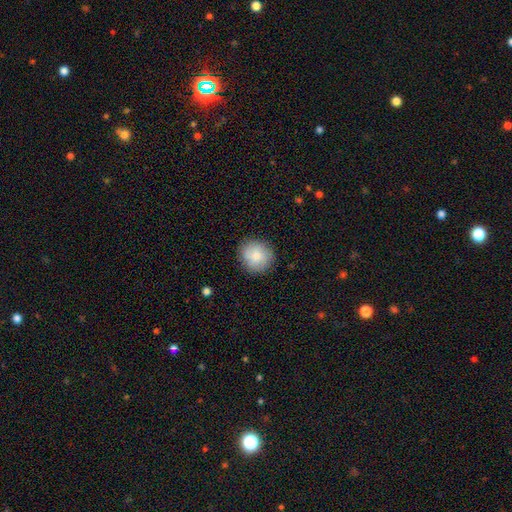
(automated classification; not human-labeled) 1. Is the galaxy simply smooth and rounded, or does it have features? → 81% smooth, 12% featured or disk, 7% star or artifact.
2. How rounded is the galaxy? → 90% round, 9% in between, 1% cigar-shaped.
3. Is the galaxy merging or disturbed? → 86% none, 10% minor disturbance, 3% major disturbance, 1% merger.